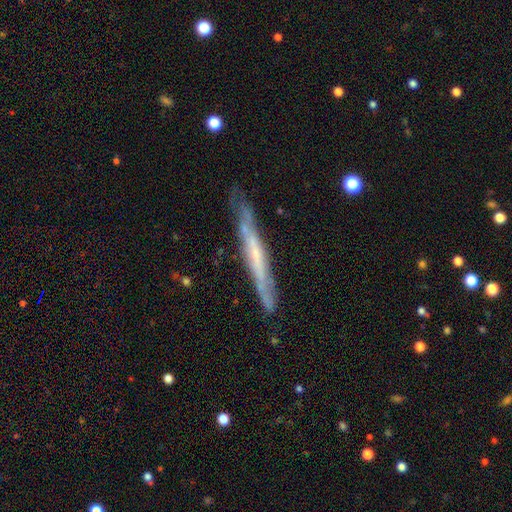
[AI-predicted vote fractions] A featured or disk galaxy (67%) viewed edge-on (84%) with no central bulge (75%). Merging: none (75%).